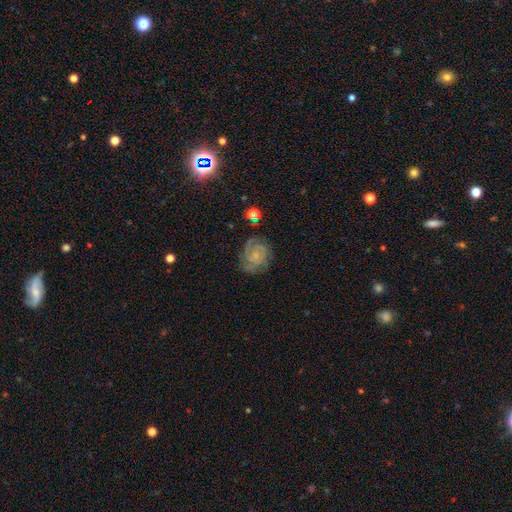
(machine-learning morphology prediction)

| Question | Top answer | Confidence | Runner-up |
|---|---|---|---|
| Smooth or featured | featured or disk | 75% | smooth (16%) |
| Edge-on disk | no | 98% | yes (2%) |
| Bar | no | 71% | weak (25%) |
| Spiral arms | yes | 94% | no (6%) |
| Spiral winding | tight | 60% | medium (33%) |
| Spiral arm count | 2 | 32% | 3 (28%) |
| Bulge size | small | 62% | none (20%) |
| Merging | none | 72% | minor disturbance (18%) |